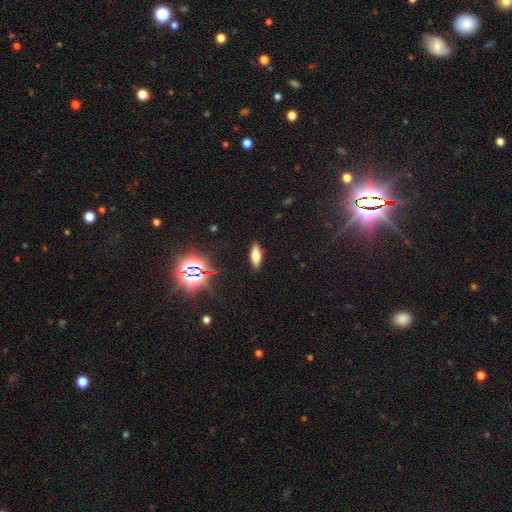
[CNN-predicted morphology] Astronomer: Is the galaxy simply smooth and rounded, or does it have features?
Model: smooth — 58%.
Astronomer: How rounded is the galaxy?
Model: in between — 58% (runner-up: cigar-shaped, 38%).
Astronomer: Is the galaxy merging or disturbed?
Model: none — 89%.